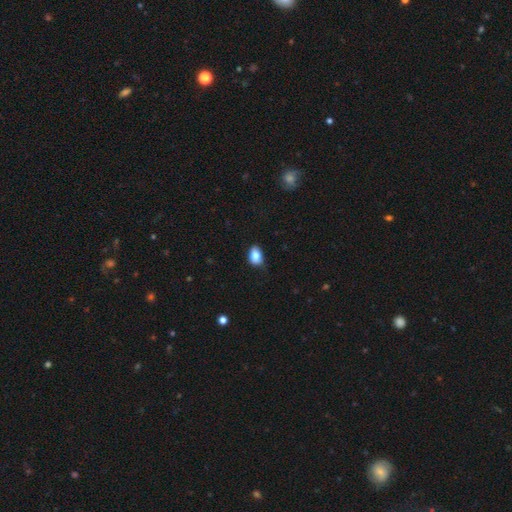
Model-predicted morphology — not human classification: type=smooth (83%); roundness=in between (81%); merging=none (68%).